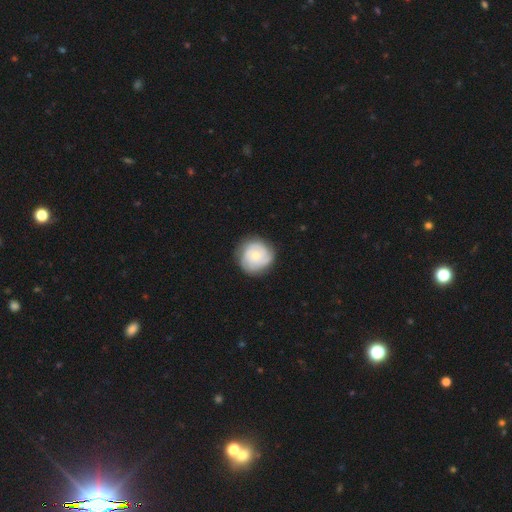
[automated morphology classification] This appears to be a featured or disk galaxy (51%). Merging: none (78%).